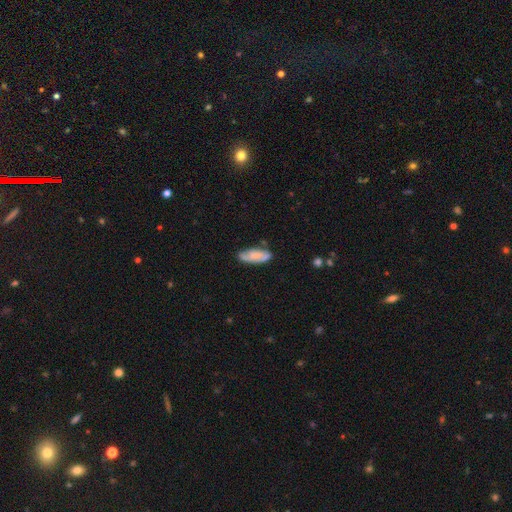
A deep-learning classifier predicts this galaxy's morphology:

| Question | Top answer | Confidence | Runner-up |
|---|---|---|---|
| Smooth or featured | smooth | 59% | featured or disk (34%) |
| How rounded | in between | 74% | cigar-shaped (24%) |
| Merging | none | 65% | minor disturbance (25%) |